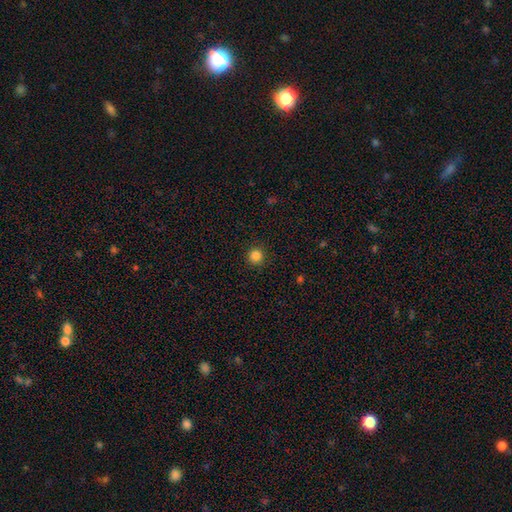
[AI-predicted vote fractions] This appears to be a smooth galaxy with no disk features (84%) that is round (95%). Merging: none (92%).